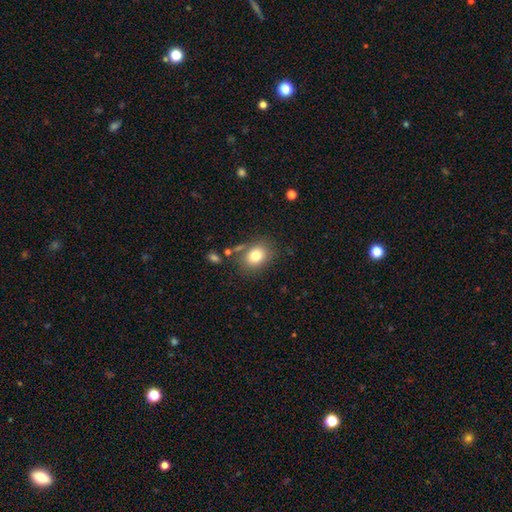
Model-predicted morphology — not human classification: Smooth or featured: smooth — 80% (star or artifact — 10%)
How rounded: in between — 54% (round — 45%)
Merging: none — 75% (minor disturbance — 13%)